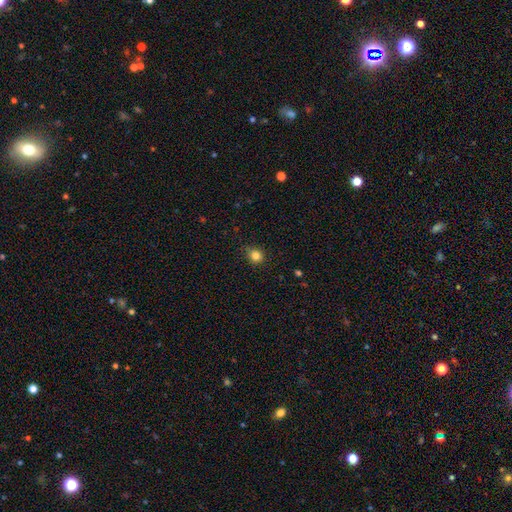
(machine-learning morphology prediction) This is clearly a smooth galaxy (82%). How rounded: clearly round (81%). Merging: clearly none (82%).